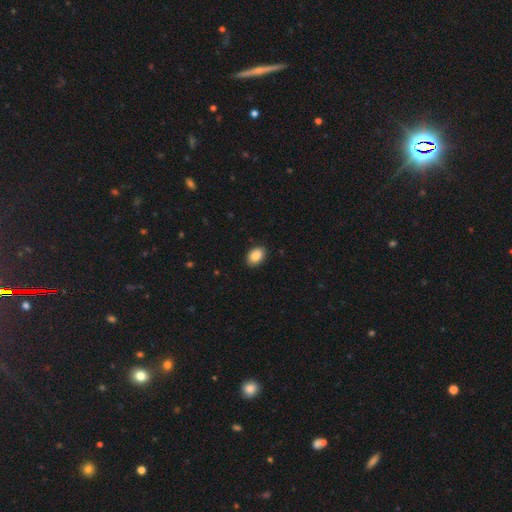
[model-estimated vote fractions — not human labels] Overall: smooth (87%). How rounded: in between (84%). Merging: none (88%).